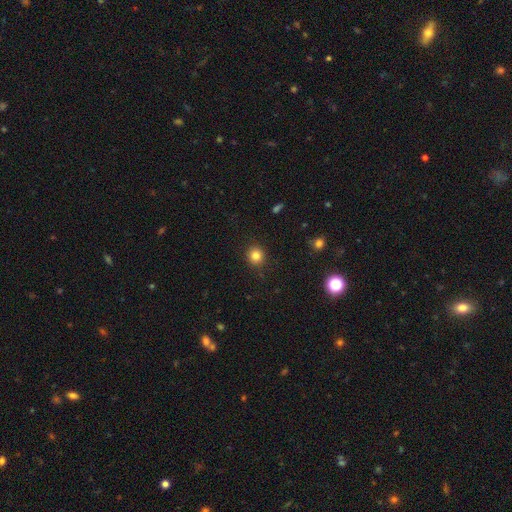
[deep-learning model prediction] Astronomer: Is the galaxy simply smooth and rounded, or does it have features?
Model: smooth — 82%.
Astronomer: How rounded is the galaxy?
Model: round — 91%.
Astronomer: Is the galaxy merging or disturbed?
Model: none — 90%.